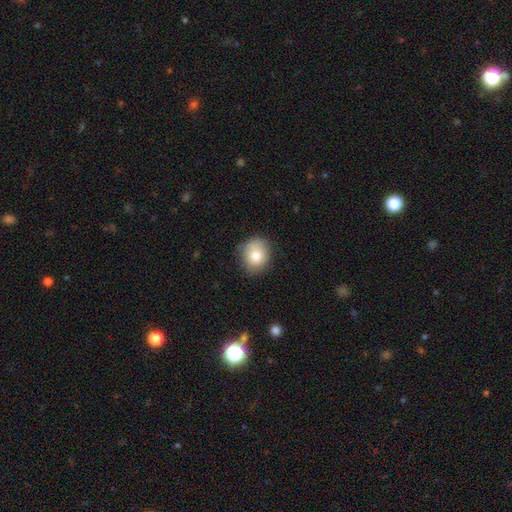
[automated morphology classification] Q: Smooth or featured?
A: smooth (79%); runner-up: featured or disk (11%)
Q: How rounded?
A: round (67%); runner-up: in between (32%)
Q: Merging?
A: none (78%); runner-up: minor disturbance (17%)